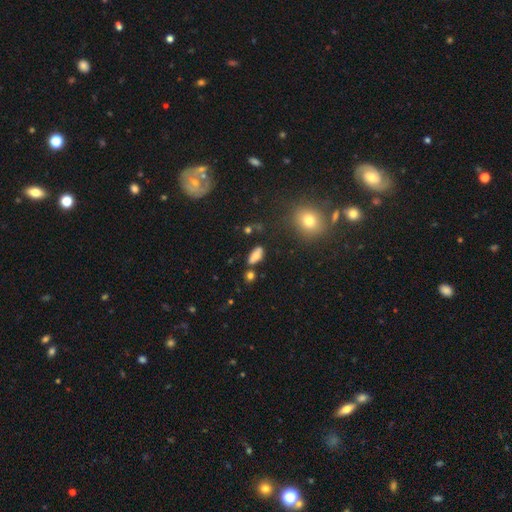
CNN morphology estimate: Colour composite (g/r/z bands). It shows a smooth galaxy with no disk features (73%) that is in between round and cigar-shaped (80%). Merging: none (68%).